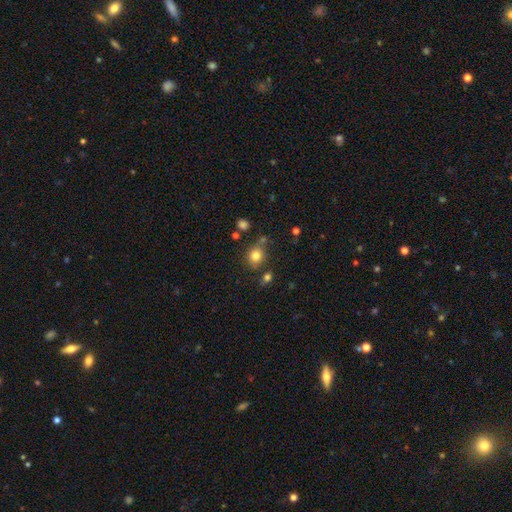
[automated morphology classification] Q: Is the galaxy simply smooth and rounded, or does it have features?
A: smooth — 80%.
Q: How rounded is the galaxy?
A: round — 74%.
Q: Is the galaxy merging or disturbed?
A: none — 73%.